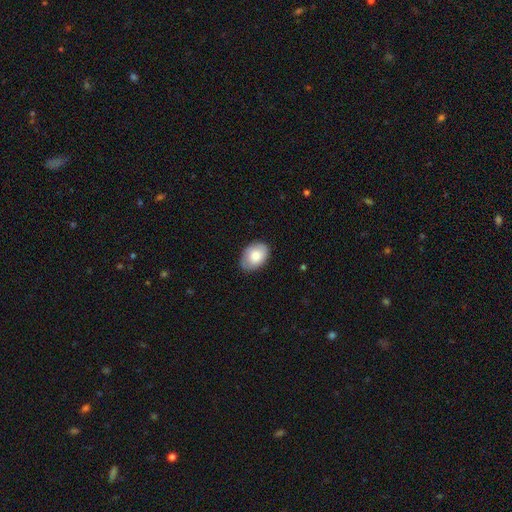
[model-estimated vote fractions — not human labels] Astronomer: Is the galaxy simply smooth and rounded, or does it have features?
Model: smooth — 81%.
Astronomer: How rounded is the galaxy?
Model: in between — 82%.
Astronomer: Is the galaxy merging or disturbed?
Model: none — 79%.